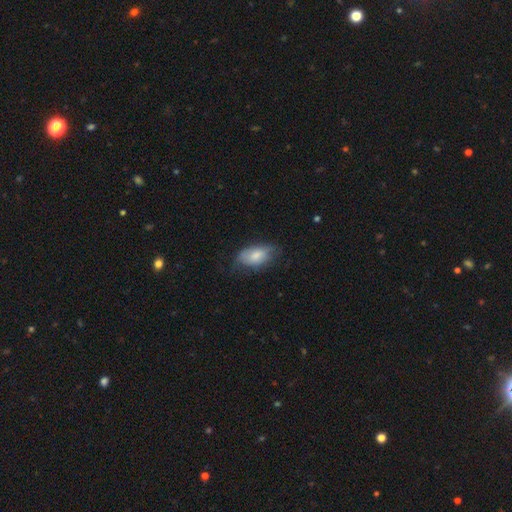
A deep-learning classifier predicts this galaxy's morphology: Smooth or featured? smooth (77%)
How rounded? in between (92%)
Merging? none (56%)